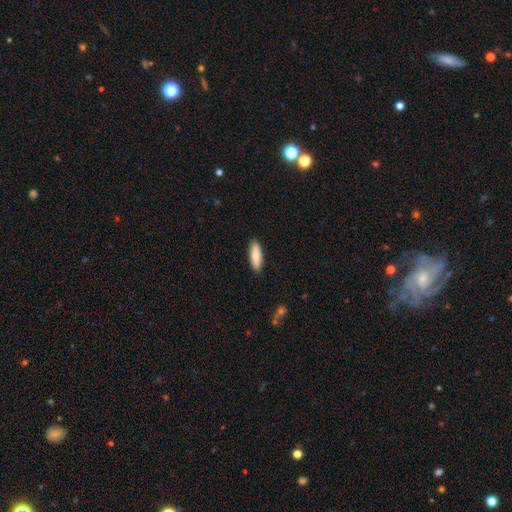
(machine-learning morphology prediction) smooth 83%, featured or disk 12%, star or artifact 6%. Down the decision tree: how rounded — in between (54%); merging — none (90%).